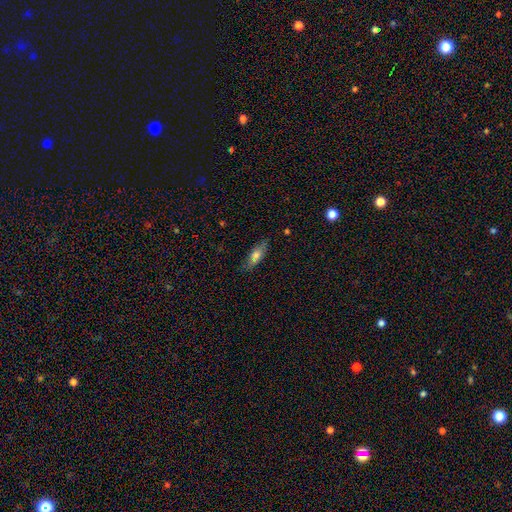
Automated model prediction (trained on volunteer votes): smooth 67%, featured or disk 25%, star or artifact 8%. Down the decision tree: how rounded — in between (62%); merging — none (75%).